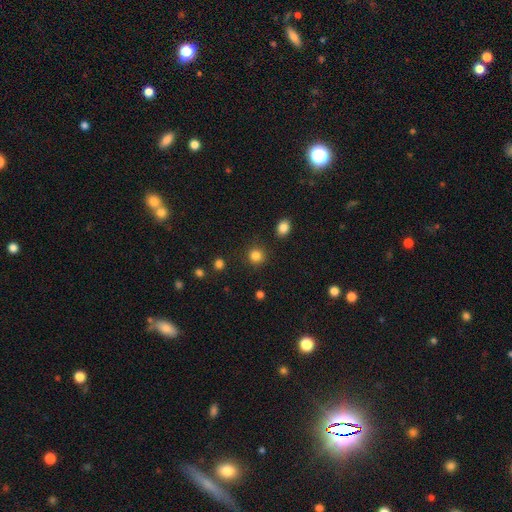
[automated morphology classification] smooth-or-featured: smooth: 84% | star or artifact: 12% | featured or disk: 4%
  how-rounded: round: 92% | in between: 7% | cigar-shaped: 1%
  merging: none: 89% | minor disturbance: 6% | major disturbance: 2% | merger: 2%